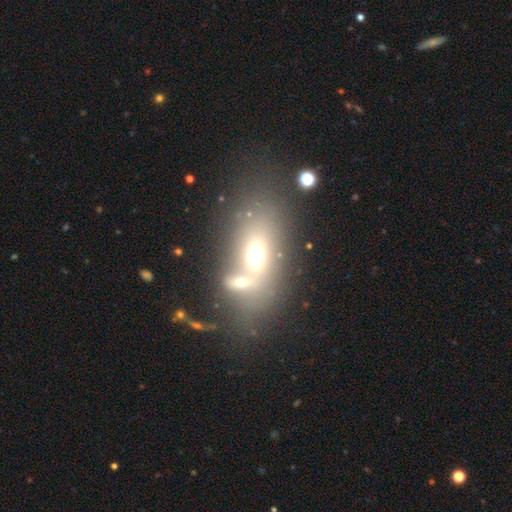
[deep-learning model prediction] A smooth galaxy with no disk features (57%) that is in between round and cigar-shaped (79%).

Vote fractions:
- Smooth or featured? smooth: 57% / featured or disk: 28% / star or artifact: 15%
- How rounded? in between: 79% / round: 16% / cigar-shaped: 6%
- Merging? merger: 51% / none: 30% / major disturbance: 10% / minor disturbance: 9%